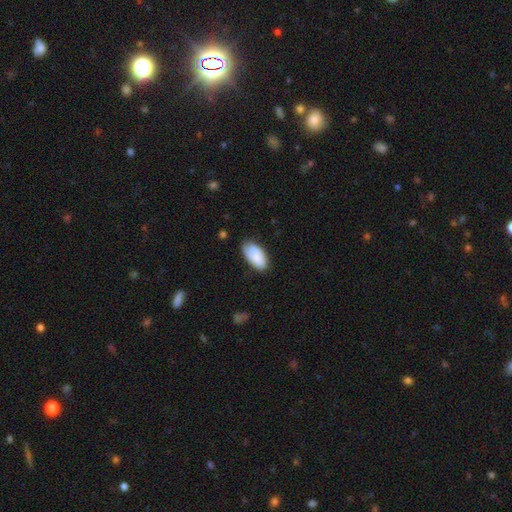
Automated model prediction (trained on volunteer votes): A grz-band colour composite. It shows a smooth galaxy with no disk features (77%) that is in between round and cigar-shaped (94%). Merging: none (65%).